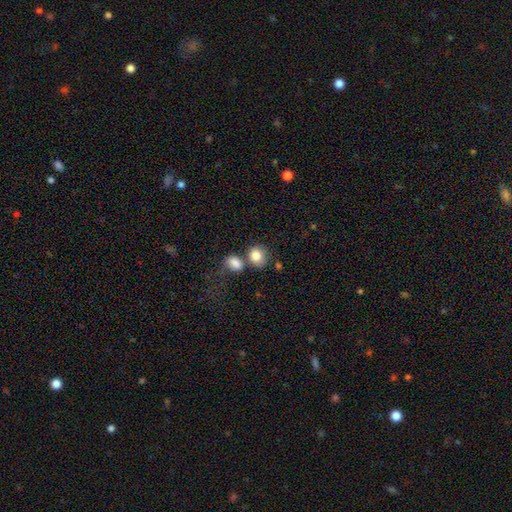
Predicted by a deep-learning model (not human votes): Smooth or featured? smooth (82%)
How rounded? round (62%)
Merging? none (54%)